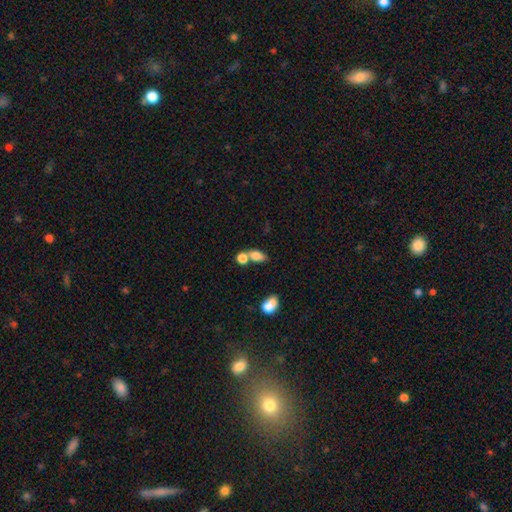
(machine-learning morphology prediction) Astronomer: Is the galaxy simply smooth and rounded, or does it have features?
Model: smooth — 78%.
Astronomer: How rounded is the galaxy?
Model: in between — 76%.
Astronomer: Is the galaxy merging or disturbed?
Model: merger — 45% (runner-up: none, 38%).